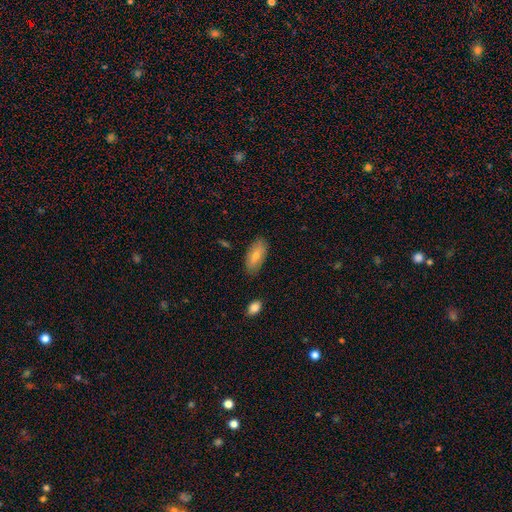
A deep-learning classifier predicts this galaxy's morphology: smooth 75%, featured or disk 18%, star or artifact 7%. Down the decision tree: how rounded — in between (89%); merging — none (83%).